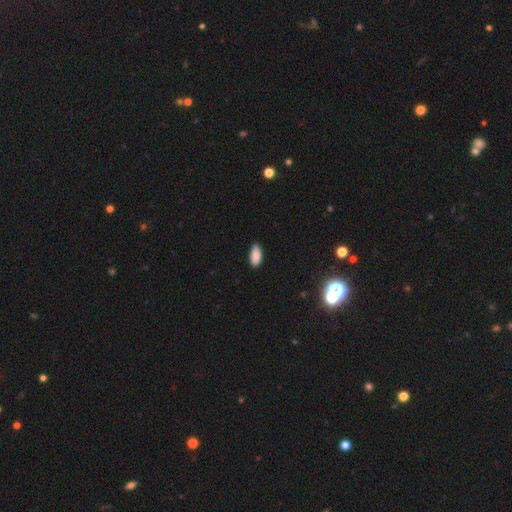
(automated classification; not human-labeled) This appears to be a smooth galaxy with no disk features (88%) that is in between round and cigar-shaped (91%). Merging: none (86%).